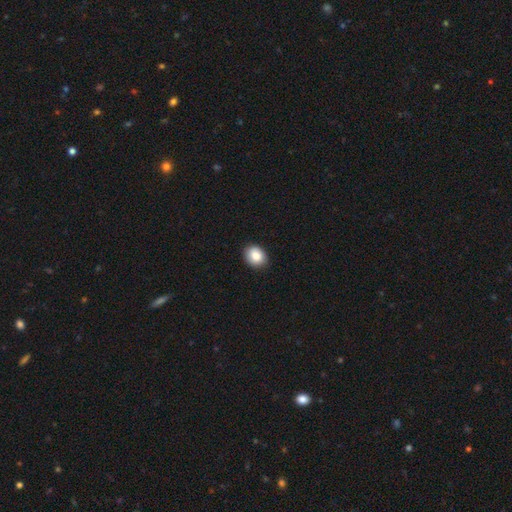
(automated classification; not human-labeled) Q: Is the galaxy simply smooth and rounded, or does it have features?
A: smooth — 87%.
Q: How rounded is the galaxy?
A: round — 53%.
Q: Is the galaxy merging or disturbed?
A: none — 89%.